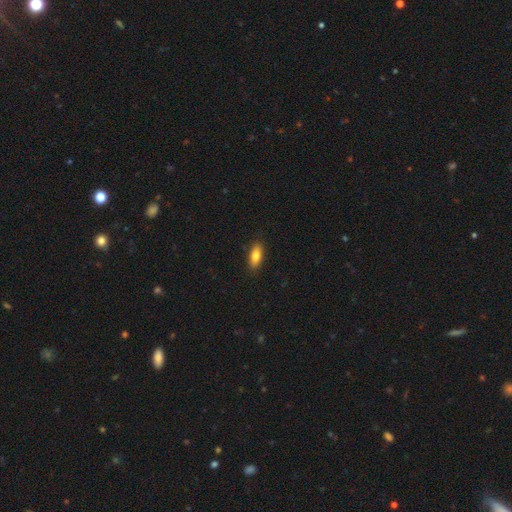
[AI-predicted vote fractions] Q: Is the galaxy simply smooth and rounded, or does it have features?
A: smooth — 80%.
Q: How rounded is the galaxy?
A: in between — 78%.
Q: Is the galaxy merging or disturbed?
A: none — 88%.